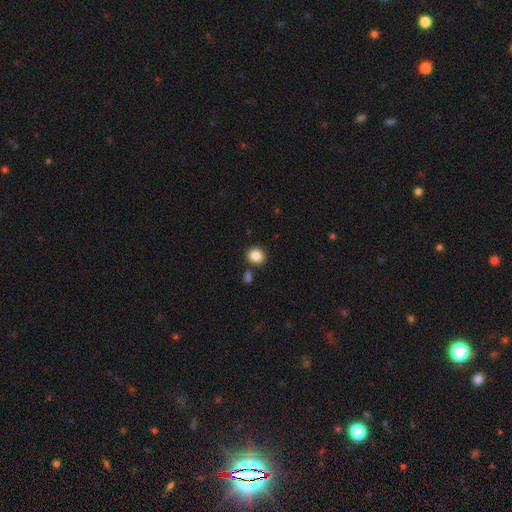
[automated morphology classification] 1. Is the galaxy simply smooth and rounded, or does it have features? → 87% smooth, 9% star or artifact, 4% featured or disk.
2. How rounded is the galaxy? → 79% round, 20% in between, 1% cigar-shaped.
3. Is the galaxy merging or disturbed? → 84% none, 7% minor disturbance, 7% merger, 2% major disturbance.